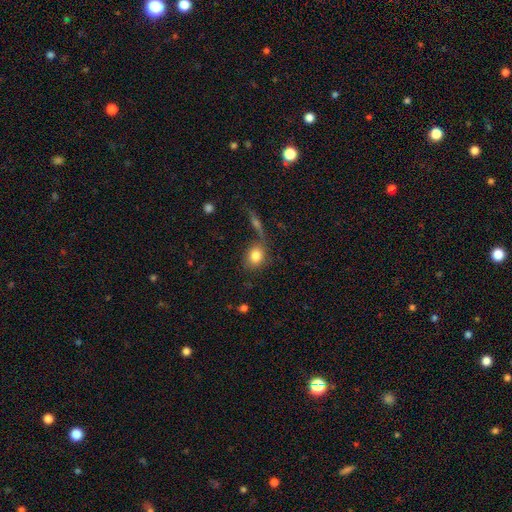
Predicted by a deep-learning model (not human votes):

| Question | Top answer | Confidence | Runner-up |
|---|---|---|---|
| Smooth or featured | smooth | 83% | featured or disk (9%) |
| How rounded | round | 52% | in between (46%) |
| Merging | none | 61% | merger (17%) |